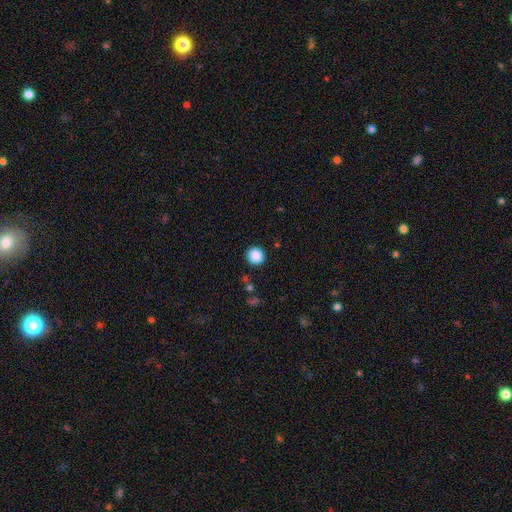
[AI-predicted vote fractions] A smooth galaxy with no disk features (88%) that is round (94%). Merging: none (91%).